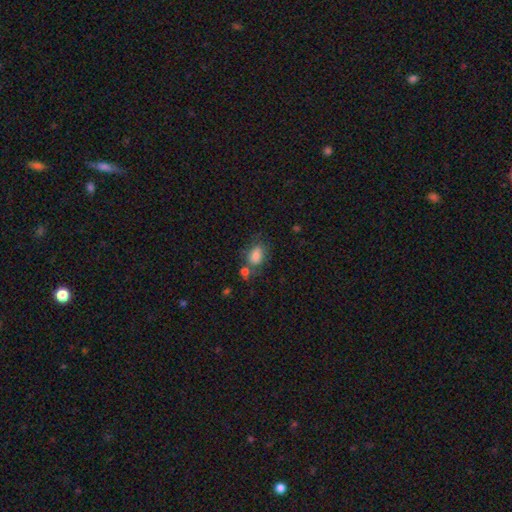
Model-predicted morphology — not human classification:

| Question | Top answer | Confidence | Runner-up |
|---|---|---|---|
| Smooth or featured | smooth | 81% | featured or disk (10%) |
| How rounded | in between | 78% | round (20%) |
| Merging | none | 52% | minor disturbance (21%) |